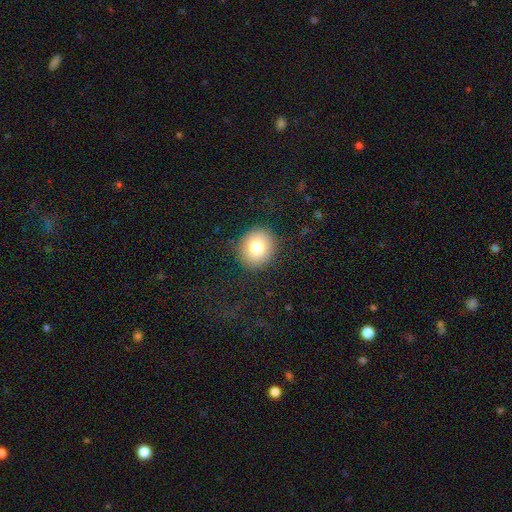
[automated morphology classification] Smooth or featured? Predicted: smooth (p=0.79). How rounded? Predicted: round (p=0.77). Merging? Predicted: none (p=0.89).